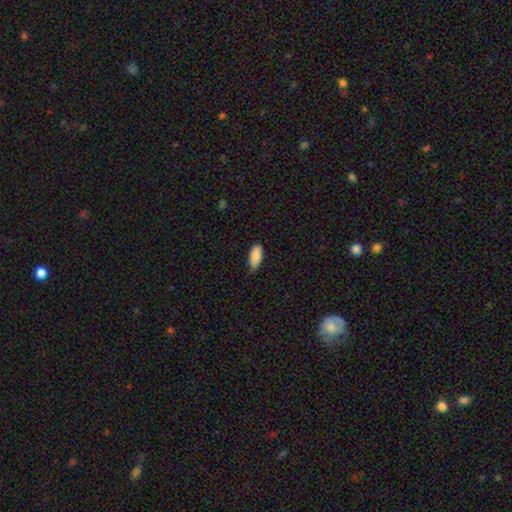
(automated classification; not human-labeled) Morphology: type=smooth (88%); roundness=in between (88%); merging=none (67%).